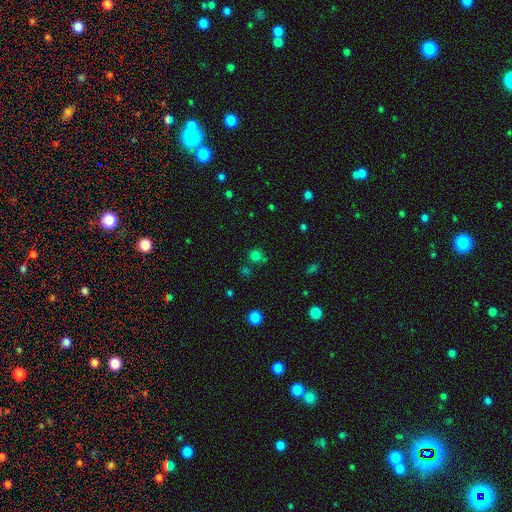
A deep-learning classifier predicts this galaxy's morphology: A smooth galaxy with no disk features (72%) that is round (90%).

Vote fractions:
- Smooth or featured? smooth: 72% / star or artifact: 23% / featured or disk: 5%
- How rounded? round: 90% / in between: 9% / cigar-shaped: 1%
- Merging? none: 75% / merger: 10% / minor disturbance: 10% / major disturbance: 4%